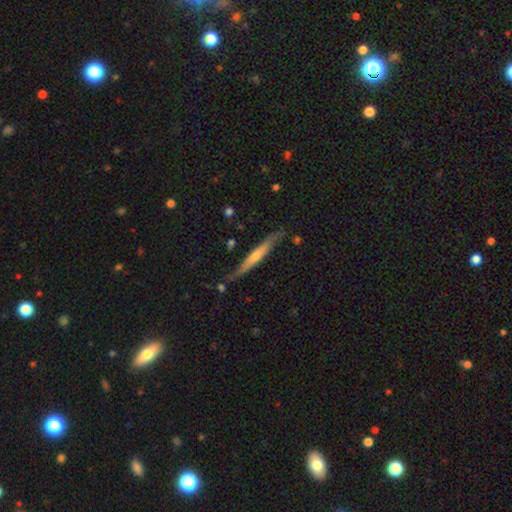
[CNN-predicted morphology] Smooth or featured? Predicted: featured or disk (p=0.57). Edge-on disk? Predicted: yes (p=0.94). Edge-on bulge? Predicted: rounded (p=0.56). Merging? Predicted: none (p=0.78).